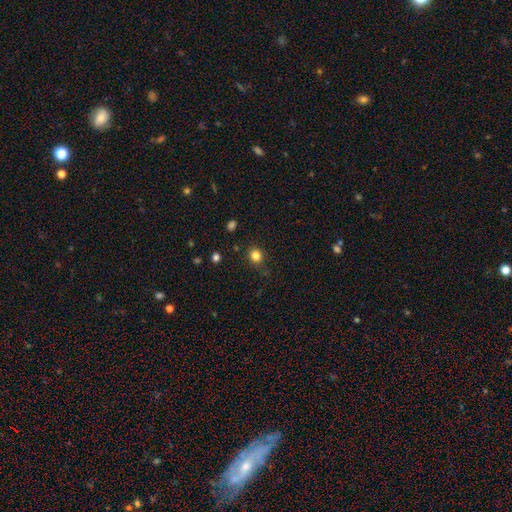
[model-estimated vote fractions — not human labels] Smooth or featured? smooth (82%)
How rounded? round (83%)
Merging? none (85%)